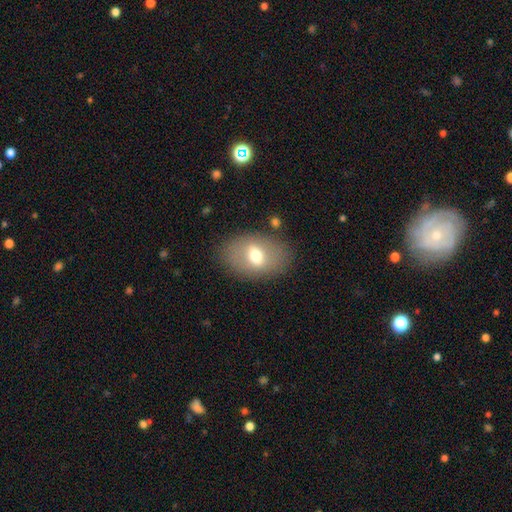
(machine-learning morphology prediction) This is likely a smooth galaxy (61%). How rounded: clearly in between (81%). Merging: clearly none (82%).